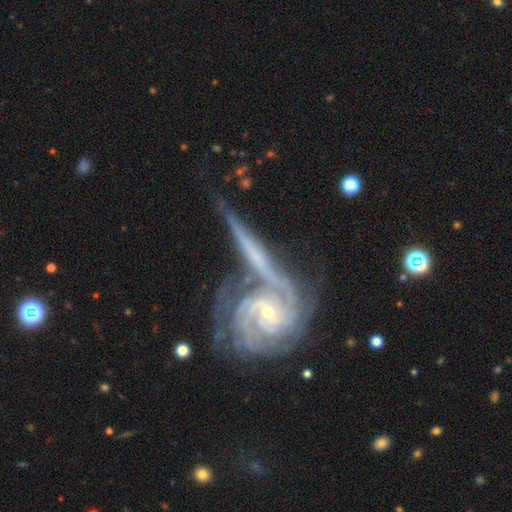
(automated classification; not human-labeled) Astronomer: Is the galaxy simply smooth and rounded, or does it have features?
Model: featured or disk — 86%.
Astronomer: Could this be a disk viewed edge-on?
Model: no — 67%.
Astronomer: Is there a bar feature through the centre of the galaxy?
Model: no — 53% (runner-up: weak, 30%).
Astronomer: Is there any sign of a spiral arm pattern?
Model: yes — 94%.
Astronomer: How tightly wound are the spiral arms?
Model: tight — 68%.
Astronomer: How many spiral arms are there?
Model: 3 — 27%, tied with 2 at 27%.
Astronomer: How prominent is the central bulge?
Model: small — 68%.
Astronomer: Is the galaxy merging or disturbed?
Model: none — 44% (runner-up: merger, 36%).